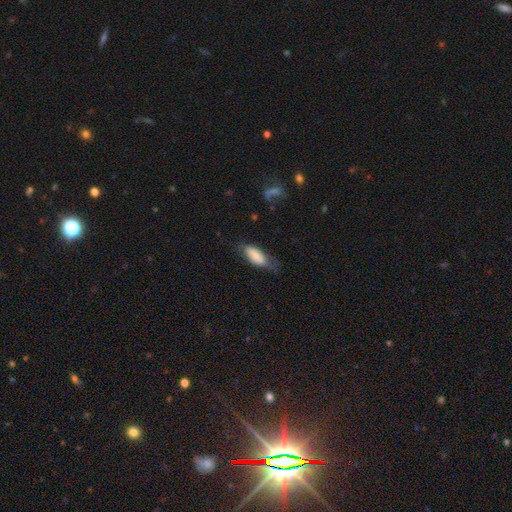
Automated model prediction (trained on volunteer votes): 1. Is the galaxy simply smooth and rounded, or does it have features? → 77% smooth, 17% featured or disk, 6% star or artifact.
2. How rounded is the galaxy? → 78% in between, 20% cigar-shaped, 2% round.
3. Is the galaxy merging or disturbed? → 54% none, 29% minor disturbance, 15% major disturbance, 2% merger.